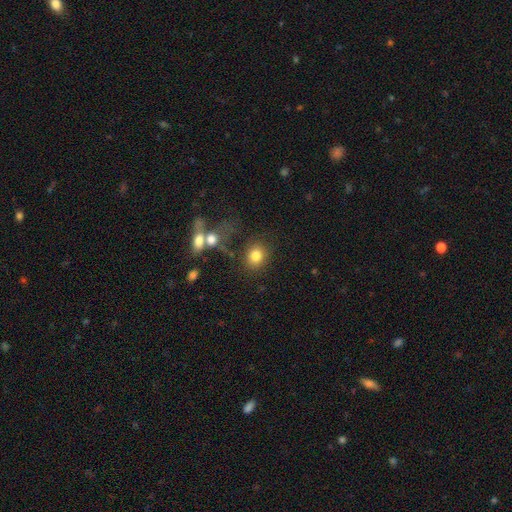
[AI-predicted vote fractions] This appears to be a smooth galaxy with no disk features (80%) that is round (71%). Merging: none (73%).